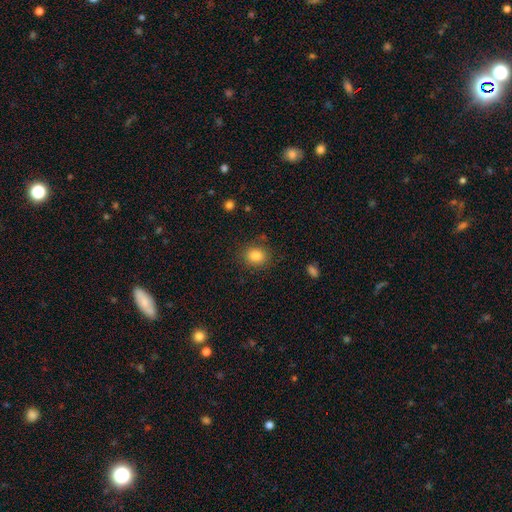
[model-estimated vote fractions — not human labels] This is clearly a smooth galaxy (84%). How rounded: likely round (63%). Merging: clearly none (85%).